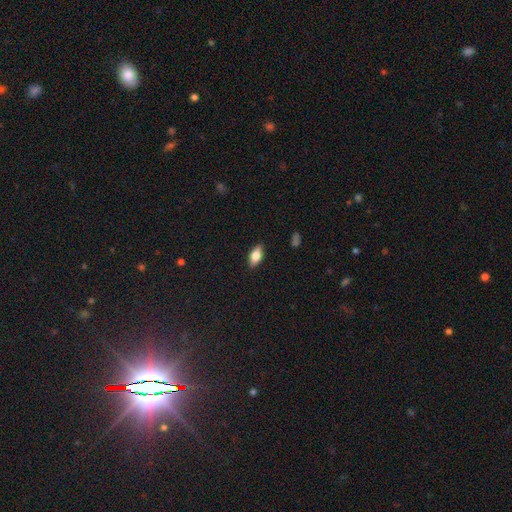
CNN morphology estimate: Smooth or featured: smooth — 69% (featured or disk — 24%)
How rounded: in between — 84% (cigar-shaped — 12%)
Merging: none — 88% (minor disturbance — 9%)